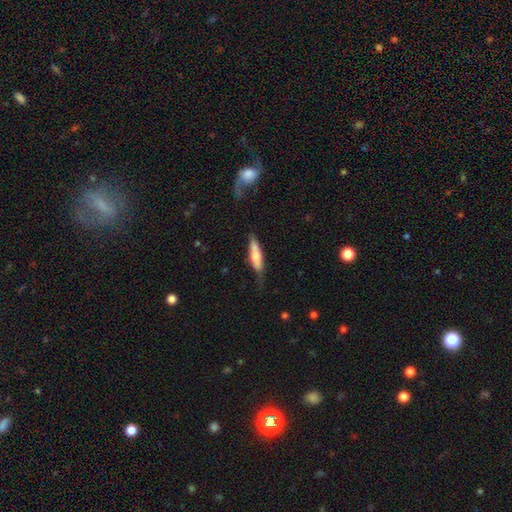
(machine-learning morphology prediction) A smooth galaxy with no disk features (63%) that is cigar-shaped (69%). Merging: none (55%).